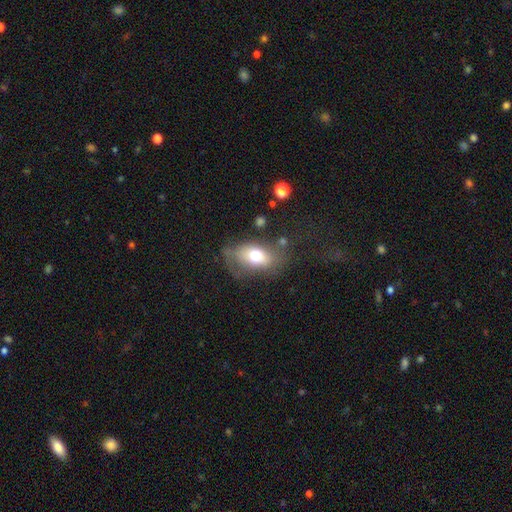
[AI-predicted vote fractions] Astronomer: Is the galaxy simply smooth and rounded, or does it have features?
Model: smooth — 66%.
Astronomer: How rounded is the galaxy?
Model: in between — 85%.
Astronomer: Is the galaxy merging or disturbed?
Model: none — 49% (runner-up: minor disturbance, 28%).